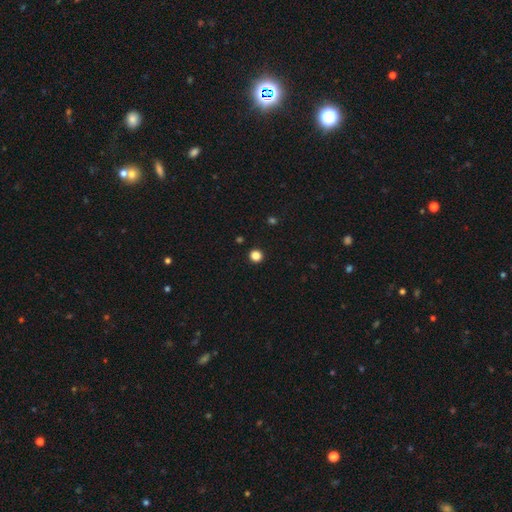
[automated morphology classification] This appears to be a smooth galaxy with no disk features (85%) that is round (95%). Merging: none (94%).